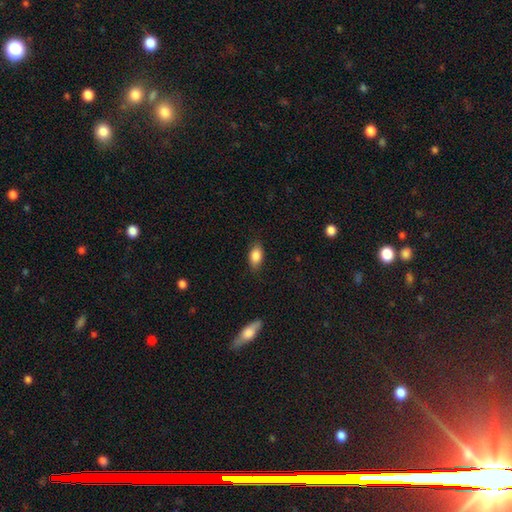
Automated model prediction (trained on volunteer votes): Smooth or featured? smooth (86%)
How rounded? in between (89%)
Merging? none (83%)